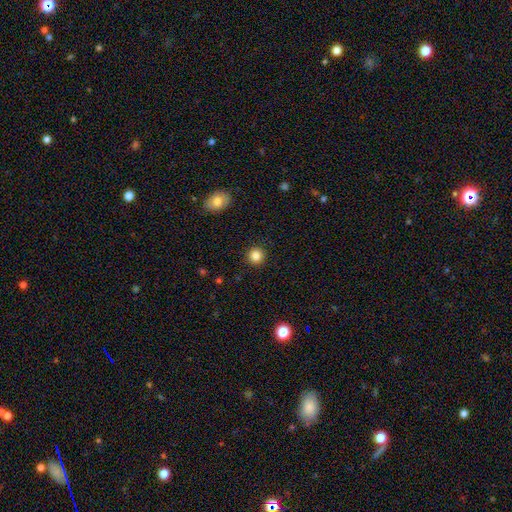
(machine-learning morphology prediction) Smooth or featured? smooth (85%)
How rounded? round (93%)
Merging? none (92%)